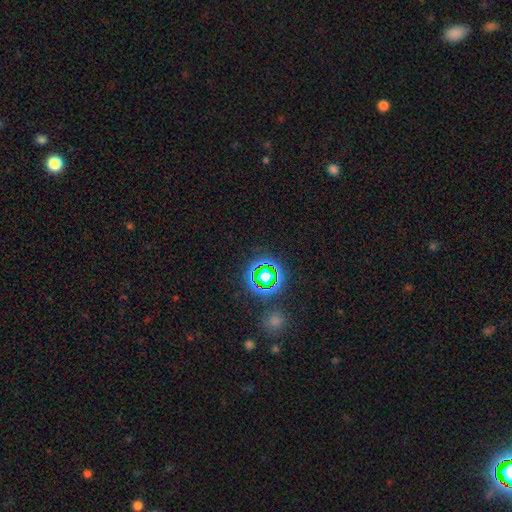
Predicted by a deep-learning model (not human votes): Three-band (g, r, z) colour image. It shows a star or artifact, not a galaxy (54%).